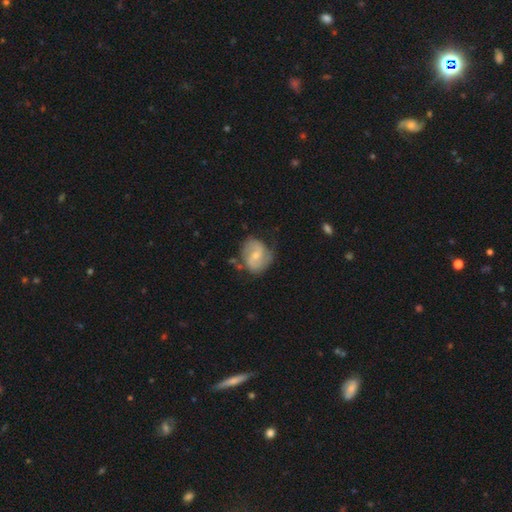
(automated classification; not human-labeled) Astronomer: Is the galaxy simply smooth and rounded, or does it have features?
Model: featured or disk — 73%.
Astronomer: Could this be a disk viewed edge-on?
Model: no — 98%.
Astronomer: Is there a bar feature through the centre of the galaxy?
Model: weak — 53% (runner-up: no, 34%).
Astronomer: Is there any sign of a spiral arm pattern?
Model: yes — 92%.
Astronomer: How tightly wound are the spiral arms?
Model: medium — 50% (runner-up: loose, 25%).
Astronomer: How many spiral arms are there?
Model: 2 — 84%.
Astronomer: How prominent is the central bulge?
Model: small — 51% (runner-up: moderate, 43%).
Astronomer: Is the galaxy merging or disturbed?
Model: none — 64%.